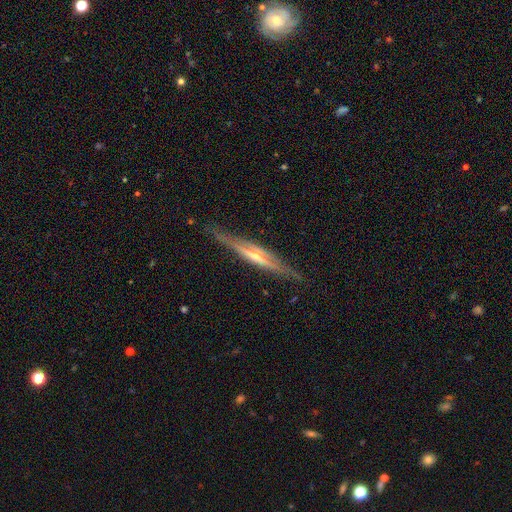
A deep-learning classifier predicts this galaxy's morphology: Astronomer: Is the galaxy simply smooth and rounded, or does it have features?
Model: featured or disk — 81%.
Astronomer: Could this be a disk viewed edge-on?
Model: yes — 96%.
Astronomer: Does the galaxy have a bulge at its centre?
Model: rounded — 70%.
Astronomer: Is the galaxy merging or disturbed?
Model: none — 83%.